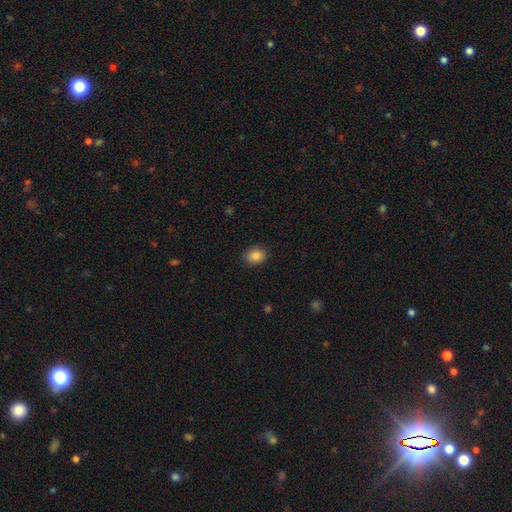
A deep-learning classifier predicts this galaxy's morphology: smooth-or-featured: smooth: 86% | star or artifact: 9% | featured or disk: 5%
  how-rounded: round: 54% | in between: 45% | cigar-shaped: 1%
  merging: none: 87% | minor disturbance: 9% | major disturbance: 2% | merger: 1%